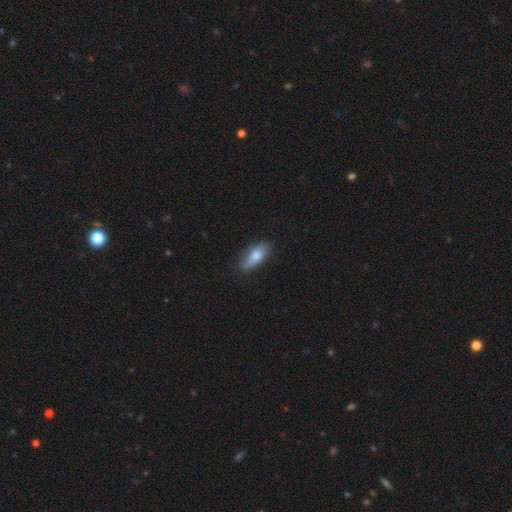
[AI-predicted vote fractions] This is likely a smooth galaxy (75%). How rounded: likely in between (74%). Merging: likely none (76%).